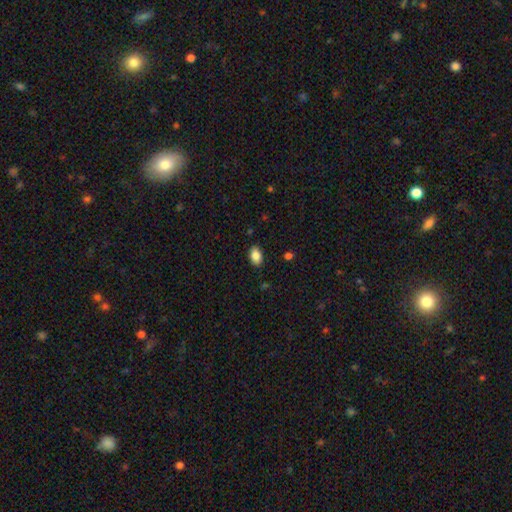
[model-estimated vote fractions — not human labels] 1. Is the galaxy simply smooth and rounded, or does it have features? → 86% smooth, 8% star or artifact, 5% featured or disk.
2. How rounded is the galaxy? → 89% in between, 10% round, 2% cigar-shaped.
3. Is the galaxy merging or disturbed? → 87% none, 10% minor disturbance, 2% major disturbance, 1% merger.